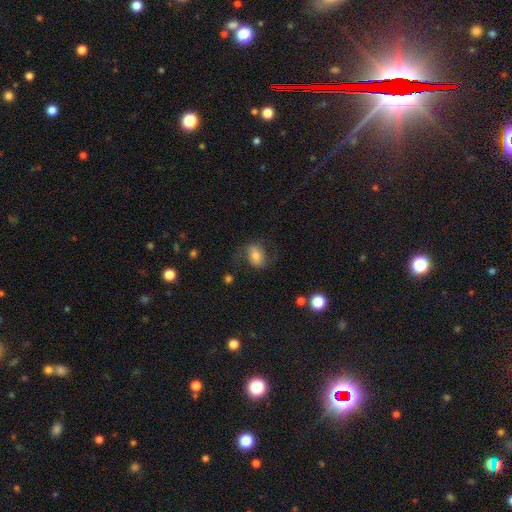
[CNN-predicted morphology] smooth-or-featured: smooth: 55% | featured or disk: 35% | star or artifact: 10%
  how-rounded: in between: 71% | round: 27% | cigar-shaped: 2%
  merging: none: 66% | minor disturbance: 19% | major disturbance: 13% | merger: 2%